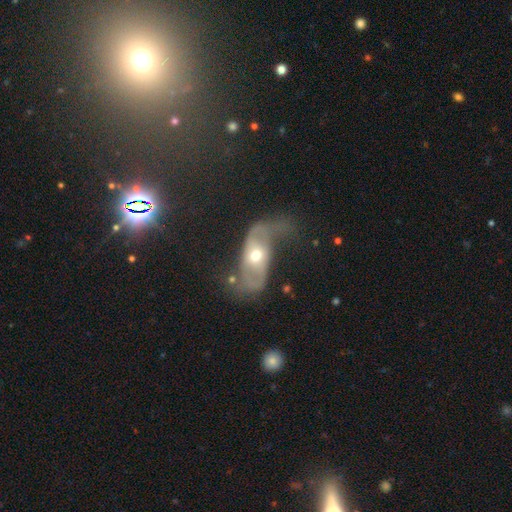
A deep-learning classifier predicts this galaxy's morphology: Overall: featured or disk (72%). Edge-on disk: no (90%). Bar: no (64%). Spiral arms: yes (76%). Bulge size: moderate (64%; small 28%). Merging: major disturbance (38%; none 35%).